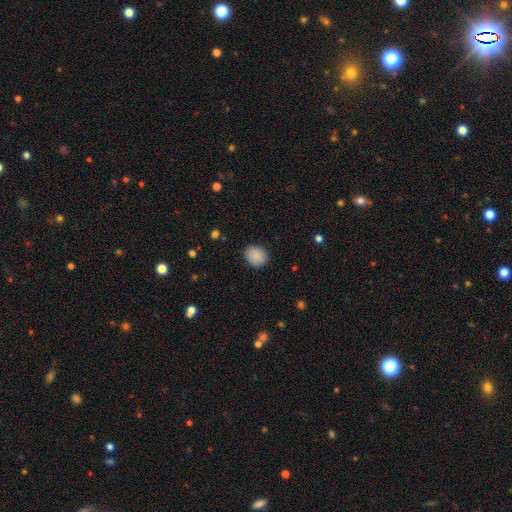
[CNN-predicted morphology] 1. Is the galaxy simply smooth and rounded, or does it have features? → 89% smooth, 8% star or artifact, 3% featured or disk.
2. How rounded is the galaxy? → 57% round, 43% in between, 1% cigar-shaped.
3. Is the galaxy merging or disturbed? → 87% none, 9% minor disturbance, 2% major disturbance, 1% merger.